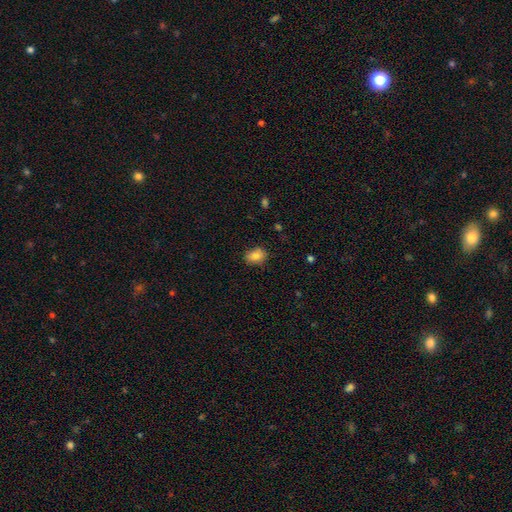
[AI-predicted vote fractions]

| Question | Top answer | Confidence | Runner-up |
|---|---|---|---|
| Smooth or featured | smooth | 83% | star or artifact (9%) |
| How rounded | in between | 61% | round (38%) |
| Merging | none | 81% | minor disturbance (15%) |